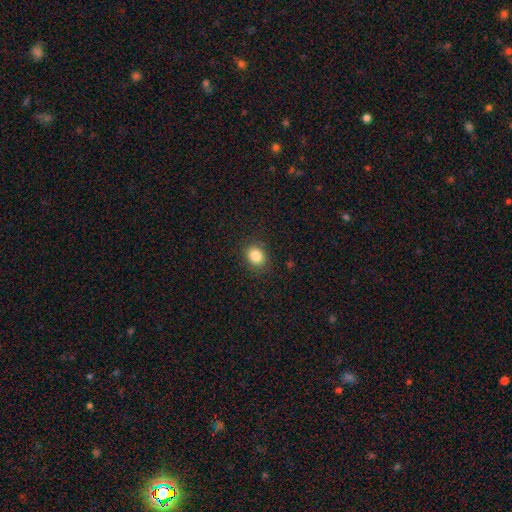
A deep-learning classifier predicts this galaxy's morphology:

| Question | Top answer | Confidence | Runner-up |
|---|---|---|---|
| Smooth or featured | smooth | 85% | star or artifact (10%) |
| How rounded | round | 61% | in between (38%) |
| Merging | none | 87% | minor disturbance (9%) |